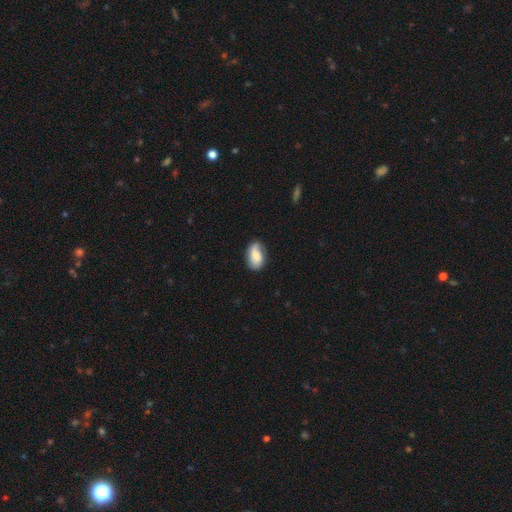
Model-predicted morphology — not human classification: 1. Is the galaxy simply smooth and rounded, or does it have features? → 52% smooth, 40% featured or disk, 8% star or artifact.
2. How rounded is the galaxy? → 88% in between, 10% round, 2% cigar-shaped.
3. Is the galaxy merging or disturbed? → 71% none, 21% minor disturbance, 6% major disturbance, 1% merger.